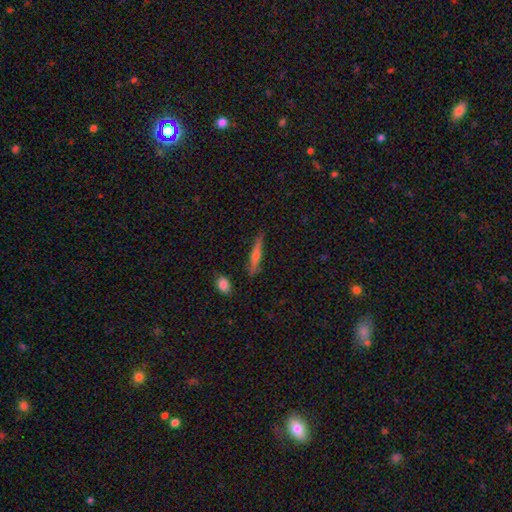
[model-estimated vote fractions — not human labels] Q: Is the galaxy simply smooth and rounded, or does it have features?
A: smooth — 51%.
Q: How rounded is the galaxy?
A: cigar-shaped — 90%.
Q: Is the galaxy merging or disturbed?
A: none — 81%.